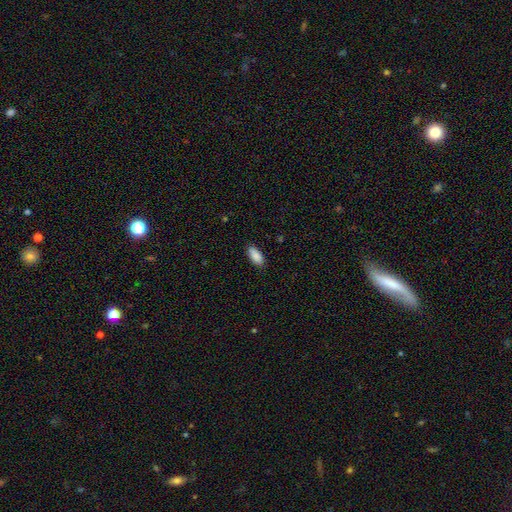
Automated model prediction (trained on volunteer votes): This appears to be a smooth galaxy with no disk features (89%) that is in between round and cigar-shaped (87%). Merging: none (86%).